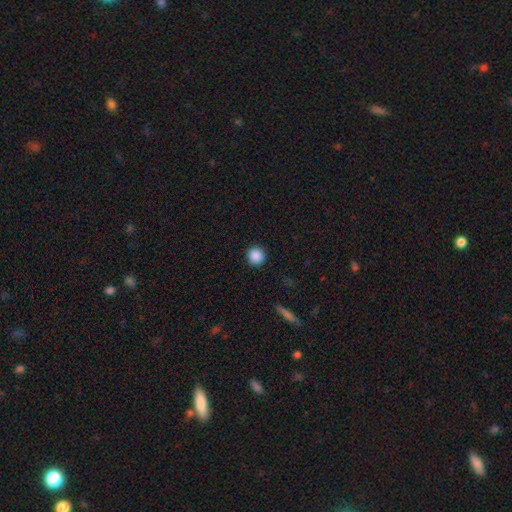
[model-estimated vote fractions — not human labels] smooth 88%, star or artifact 9%, featured or disk 3%. Down the decision tree: how rounded — round (95%); merging — none (92%).